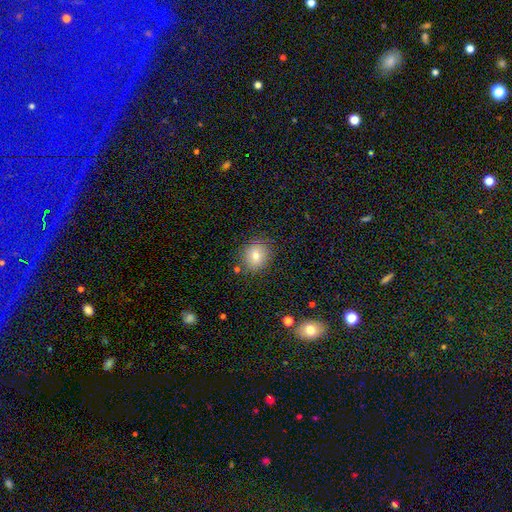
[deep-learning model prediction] smooth-or-featured: smooth: 77% | featured or disk: 12% | star or artifact: 12%
  how-rounded: round: 74% | in between: 25% | cigar-shaped: 1%
  merging: none: 85% | minor disturbance: 10% | major disturbance: 3% | merger: 3%